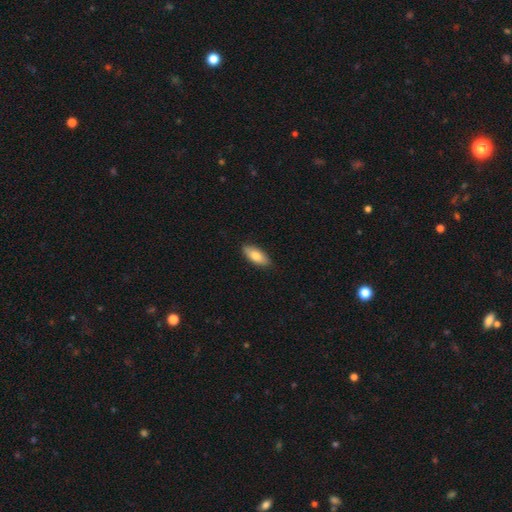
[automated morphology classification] A smooth galaxy with no disk features (79%) that is in between round and cigar-shaped (84%). Merging: none (87%).